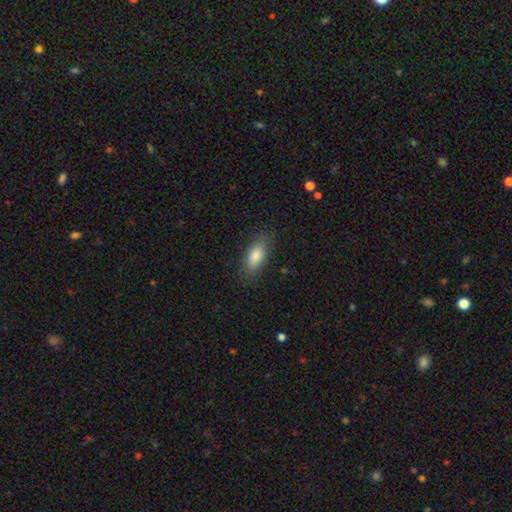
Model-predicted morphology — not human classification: type=smooth (82%); roundness=in between (81%); merging=none (84%).